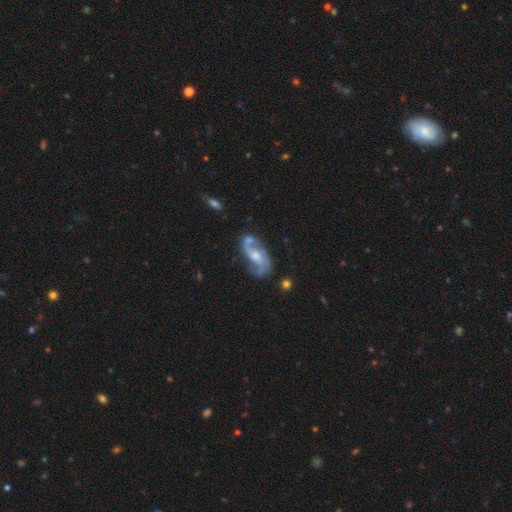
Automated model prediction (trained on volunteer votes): Overall: featured or disk (82%). Edge-on disk: no (95%). Bar: no (48%; weak 41%). Spiral arms: yes (92%). Spiral arm count: 2 (79%). Spiral winding: loose (51%; medium 38%). Bulge size: moderate (59%; small 26%). Merging: none (54%; minor disturbance 21%).